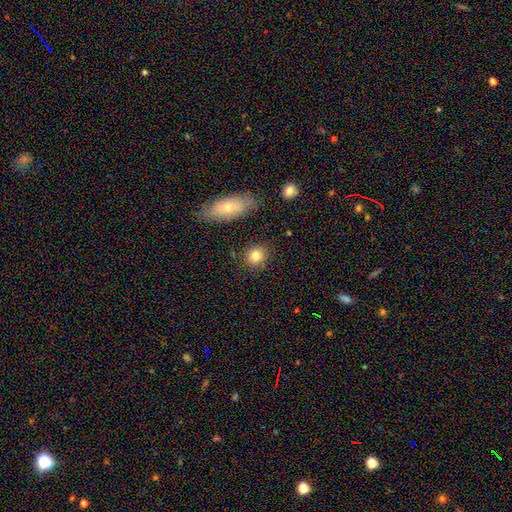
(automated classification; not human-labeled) smooth_or_featured: smooth (p=0.81) [alt: star or artifact p=0.10]
how_rounded: round (p=0.81) [alt: in between p=0.17]
merging: none (p=0.85) [alt: minor disturbance p=0.09]